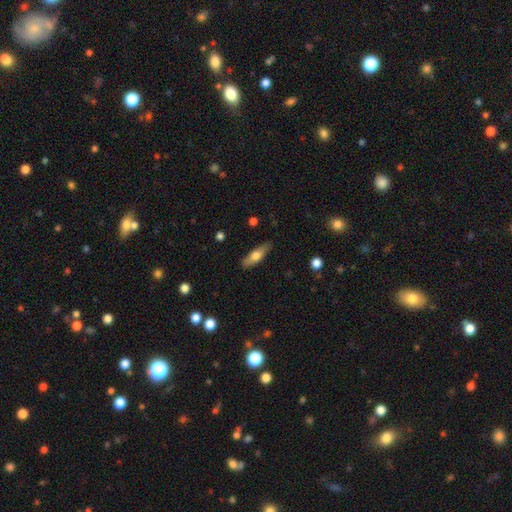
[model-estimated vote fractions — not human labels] Smooth or featured? smooth (61%)
How rounded? cigar-shaped (54%)
Merging? none (85%)